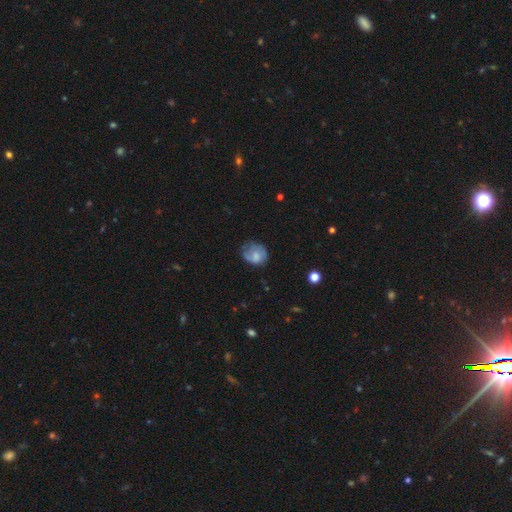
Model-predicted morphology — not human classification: This is likely a smooth galaxy (62%). How rounded: likely round (63%). Merging: possibly none (52%).